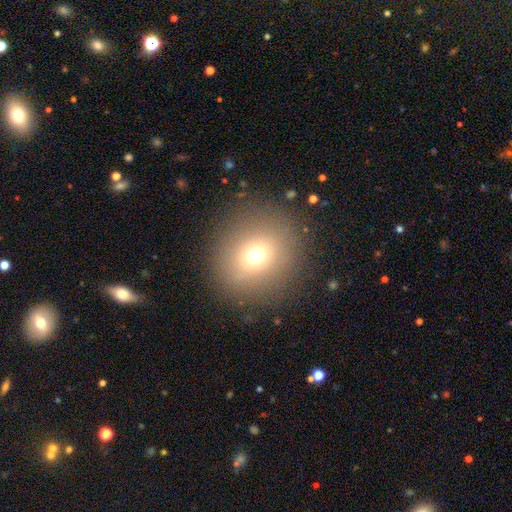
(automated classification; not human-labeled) Morphology: type=smooth (68%); roundness=round (84%); merging=none (86%).